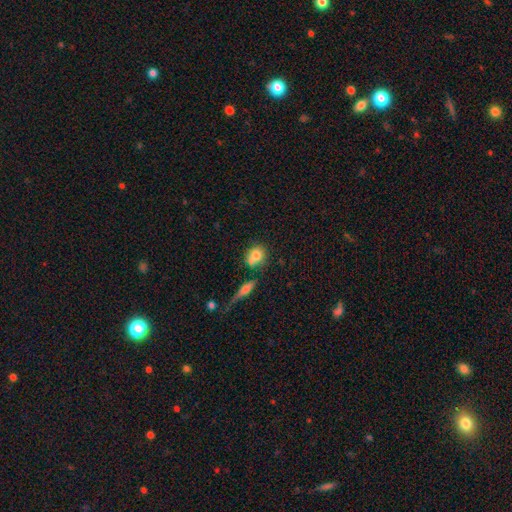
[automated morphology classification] Smooth or featured? smooth (77%)
How rounded? round (72%)
Merging? none (51%)